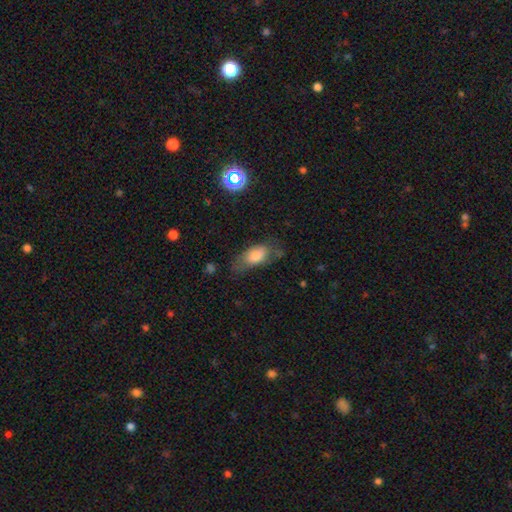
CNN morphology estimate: Overall: smooth (71%). How rounded: in between (87%). Merging: none (52%; minor disturbance 29%).